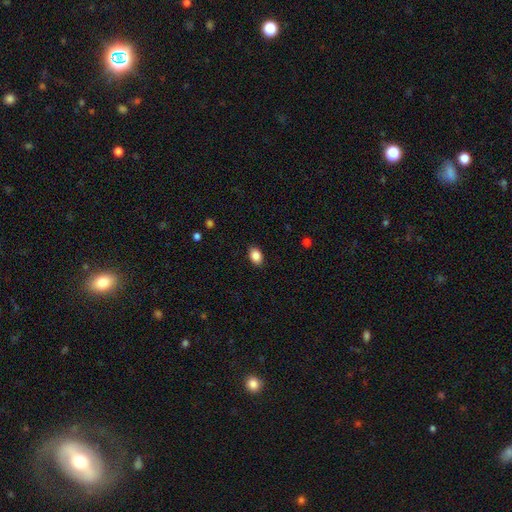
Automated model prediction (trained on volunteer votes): Smooth or featured? Predicted: smooth (p=0.88). How rounded? Predicted: in between (p=0.84). Merging? Predicted: none (p=0.88).